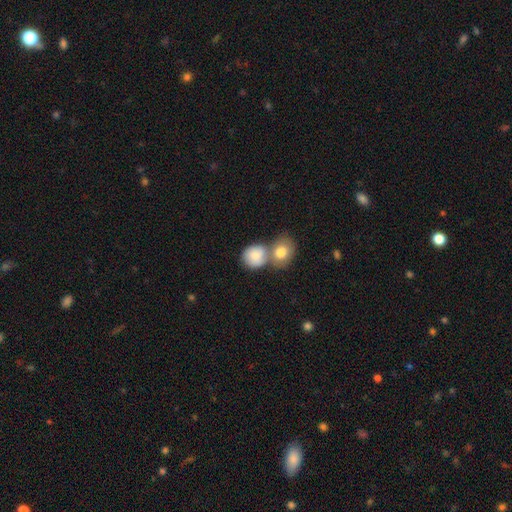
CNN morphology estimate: Smooth or featured? smooth (80%)
How rounded? round (74%)
Merging? merger (57%)